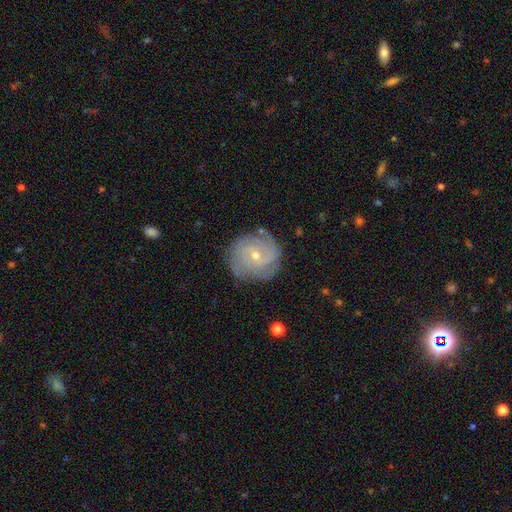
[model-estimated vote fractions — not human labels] Smooth or featured? Predicted: featured or disk (p=0.83). Edge-on disk? Predicted: no (p=0.98). Bar? Predicted: no (p=0.61). Spiral arms? Predicted: yes (p=0.95). Spiral winding? Predicted: tight (p=0.71). Spiral arm count? Predicted: 3 (p=0.27, tied with can't tell). Bulge size? Predicted: small (p=0.61). Merging? Predicted: none (p=0.79).